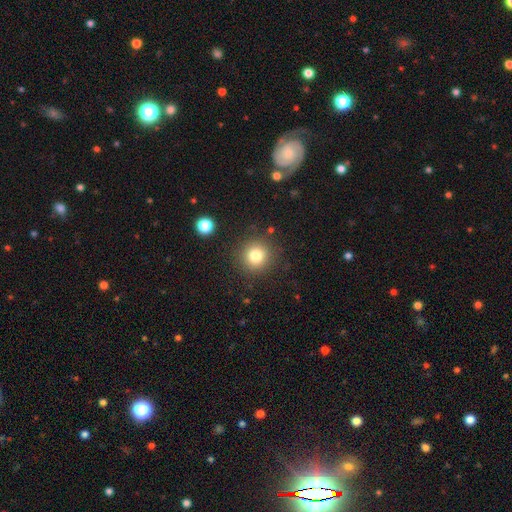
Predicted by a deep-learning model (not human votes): The model was most divided on "smooth or featured": smooth: 79%, star or artifact: 13%, featured or disk: 8%. More confident: how rounded — round (94%); merging — none (88%).